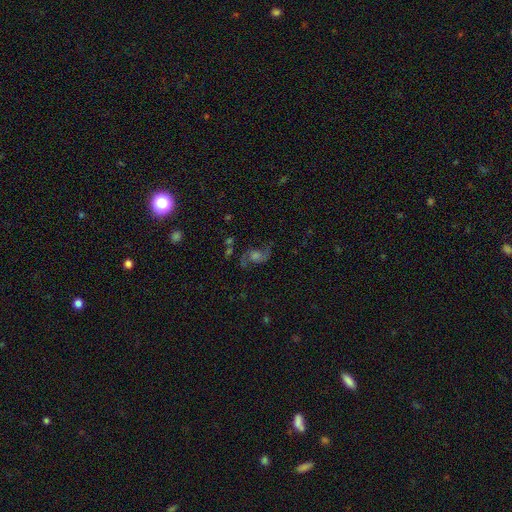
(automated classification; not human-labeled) Overall: featured or disk (74%). Edge-on disk: no (96%). Bar: no (63%; weak 30%). Spiral arms: yes (94%). Spiral arm count: 2 (92%). Spiral winding: loose (53%; medium 38%). Bulge size: moderate (47%; small 22%). Merging: none (73%).